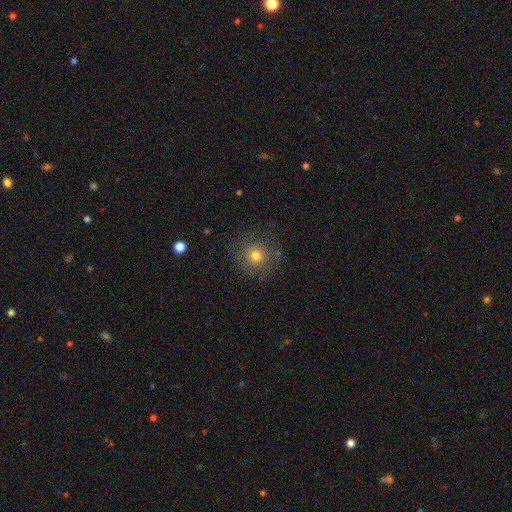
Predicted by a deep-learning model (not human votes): Overall: smooth (71%). How rounded: round (92%). Merging: none (81%).